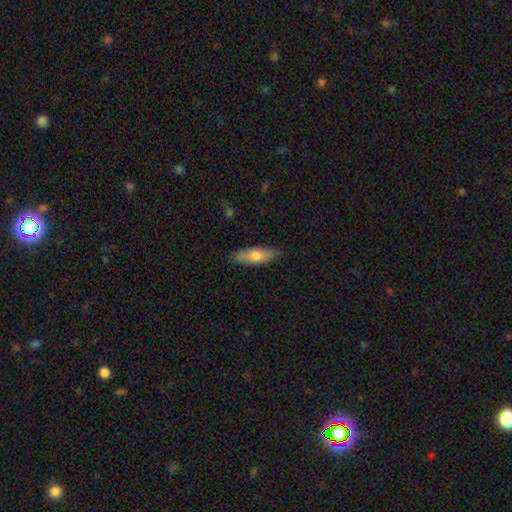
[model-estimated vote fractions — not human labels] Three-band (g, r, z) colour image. It shows a smooth galaxy with no disk features (64%) that is in between round and cigar-shaped (54%). Merging: none (83%).